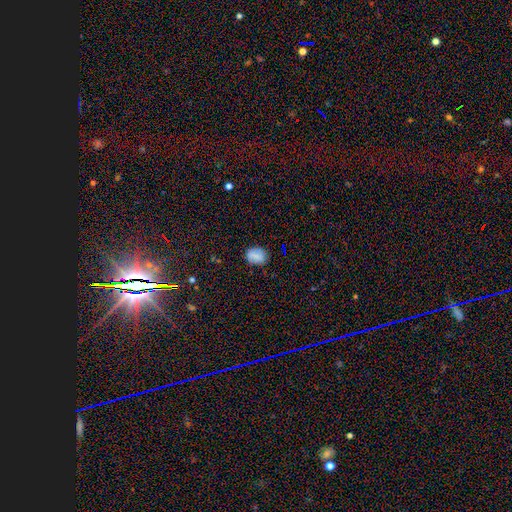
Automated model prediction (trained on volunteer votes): Smooth or featured? Predicted: smooth (p=0.78). How rounded? Predicted: in between (p=0.57). Merging? Predicted: none (p=0.80).